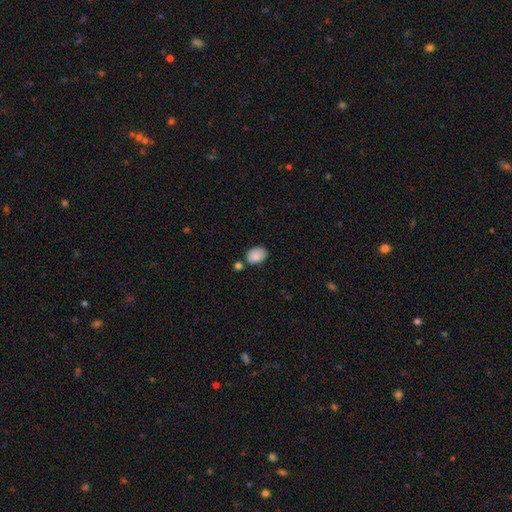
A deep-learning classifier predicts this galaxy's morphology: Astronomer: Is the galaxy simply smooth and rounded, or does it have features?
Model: smooth — 86%.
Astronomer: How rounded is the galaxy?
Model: in between — 77%.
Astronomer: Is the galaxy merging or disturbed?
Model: none — 68%.